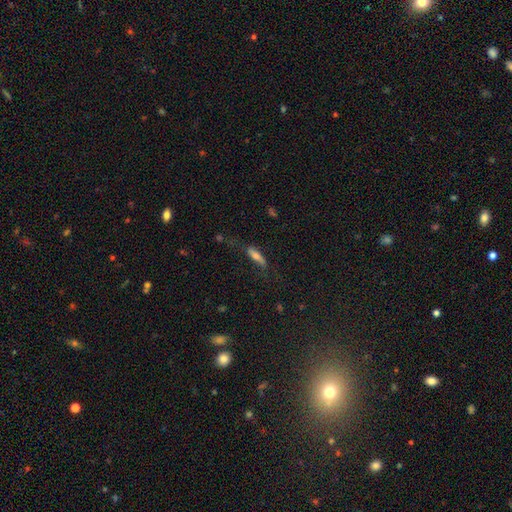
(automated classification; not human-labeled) smooth_or_featured: smooth (p=0.60) [alt: featured or disk p=0.31]
how_rounded: cigar-shaped (p=0.63) [alt: in between p=0.34]
merging: none (p=0.52) [alt: minor disturbance p=0.26]